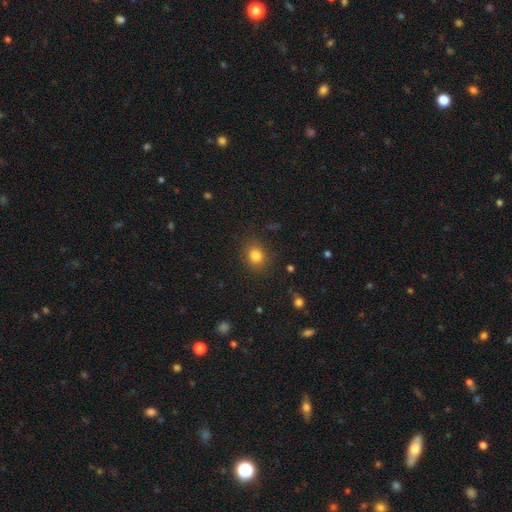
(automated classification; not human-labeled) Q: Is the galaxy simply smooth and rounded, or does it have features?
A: smooth — 83%.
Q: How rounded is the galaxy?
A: round — 70%.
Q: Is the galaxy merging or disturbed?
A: none — 85%.